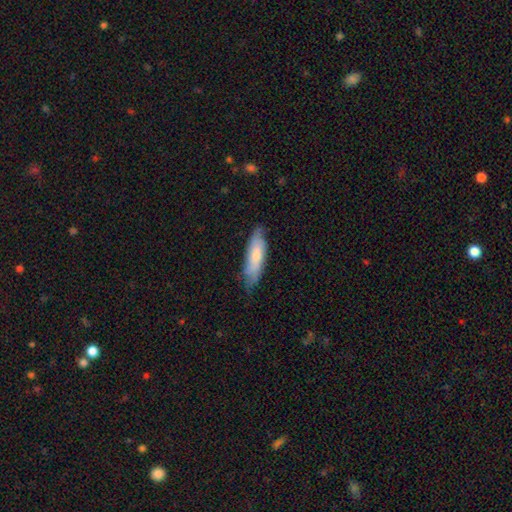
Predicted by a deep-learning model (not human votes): A smooth galaxy with no disk features (65%) that is cigar-shaped (54%). Merging: none (68%).